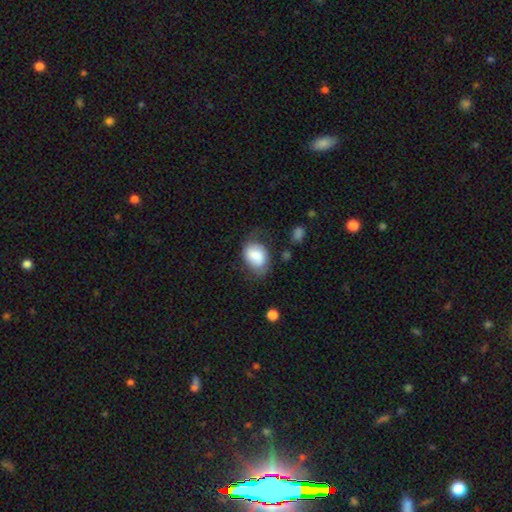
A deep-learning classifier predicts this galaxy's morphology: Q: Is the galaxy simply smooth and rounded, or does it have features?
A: smooth — 76%.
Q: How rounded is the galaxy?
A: in between — 73%.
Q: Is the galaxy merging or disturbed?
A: none — 54%.